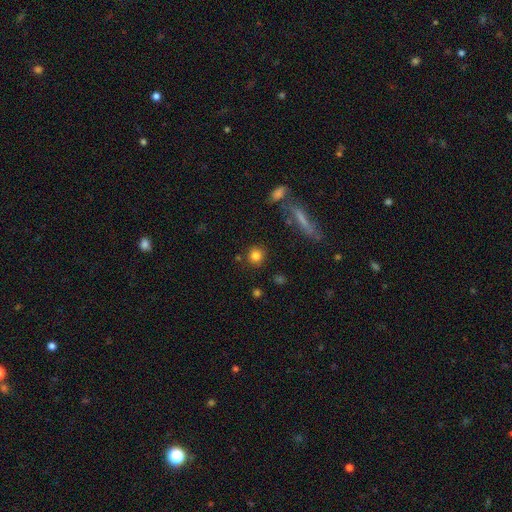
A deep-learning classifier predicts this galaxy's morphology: smooth 82%, star or artifact 11%, featured or disk 7%. Down the decision tree: how rounded — round (89%); merging — none (85%).